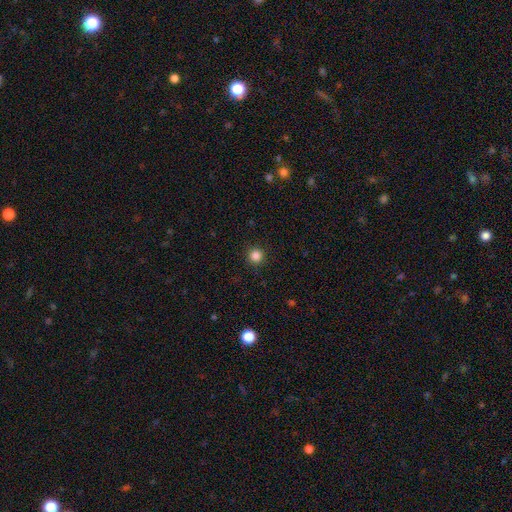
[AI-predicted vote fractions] Smooth or featured: smooth — 84% (star or artifact — 12%)
How rounded: round — 95% (in between — 4%)
Merging: none — 92% (minor disturbance — 5%)